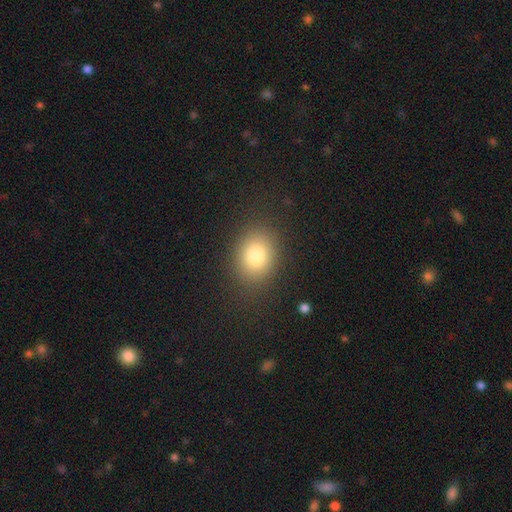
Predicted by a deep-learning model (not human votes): Q: Smooth or featured?
A: smooth (81%); runner-up: star or artifact (11%)
Q: How rounded?
A: in between (55%); runner-up: round (44%)
Q: Merging?
A: none (86%); runner-up: minor disturbance (9%)